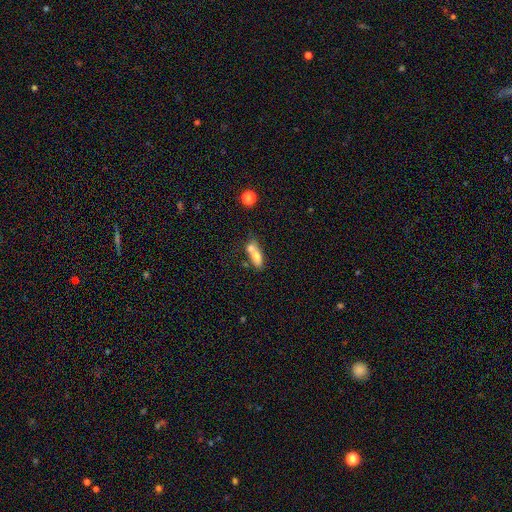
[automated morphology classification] smooth-or-featured: smooth: 67% | featured or disk: 24% | star or artifact: 9%
  how-rounded: in between: 70% | cigar-shaped: 16% | round: 14%
  merging: merger: 61% | none: 25% | minor disturbance: 9% | major disturbance: 5%